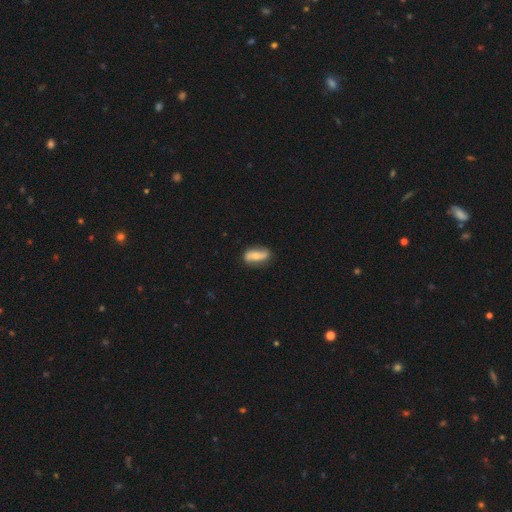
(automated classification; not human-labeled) Smooth or featured? featured or disk (55%)
Edge-on disk? no (88%)
Merging? none (76%)